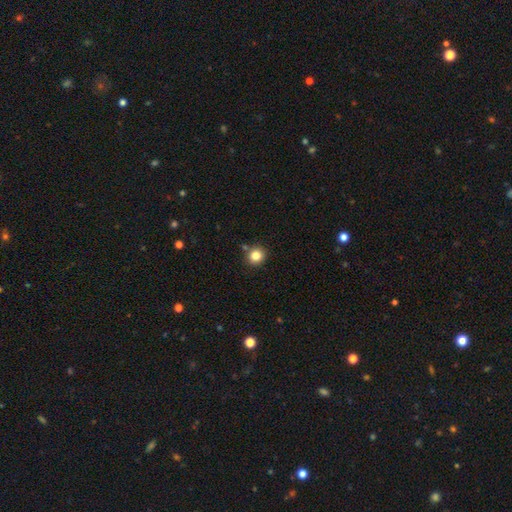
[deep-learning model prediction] Smooth or featured? Predicted: smooth (p=0.84). How rounded? Predicted: round (p=0.89). Merging? Predicted: none (p=0.83).